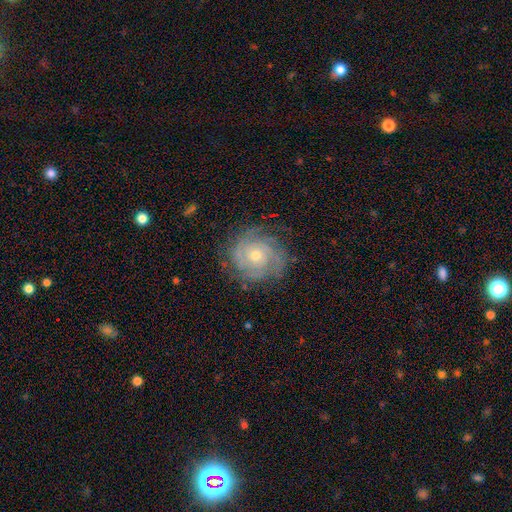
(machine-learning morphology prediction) Smooth or featured? Predicted: featured or disk (p=0.80). Edge-on disk? Predicted: no (p=0.97). Bar? Predicted: no (p=0.81). Spiral arms? Predicted: yes (p=0.94). Spiral winding? Predicted: tight (p=0.71). Spiral arm count? Predicted: can't tell (p=0.34). Bulge size? Predicted: small (p=0.50). Merging? Predicted: none (p=0.77).